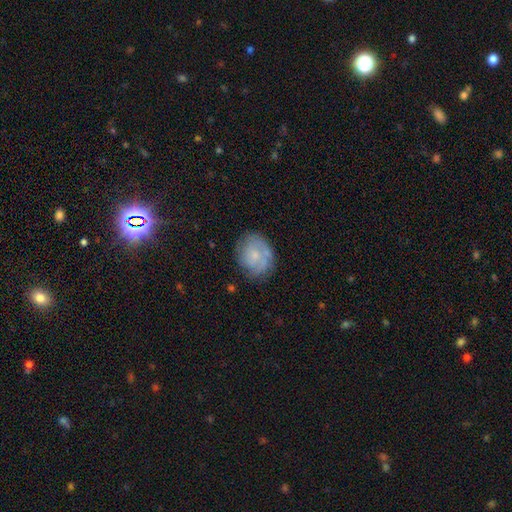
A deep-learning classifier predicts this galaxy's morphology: Q: Smooth or featured?
A: featured or disk (49%); runner-up: smooth (43%)
Q: Merging?
A: none (67%); runner-up: minor disturbance (22%)